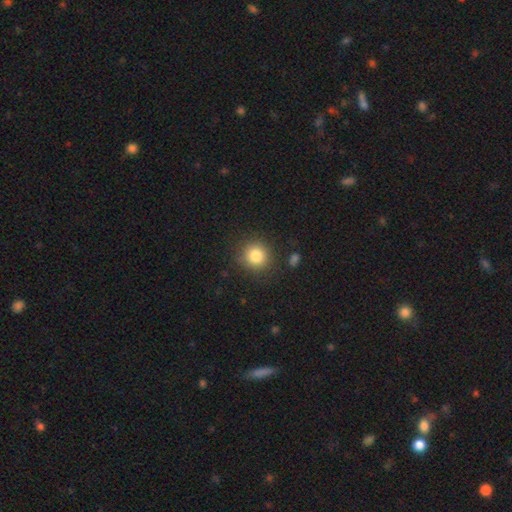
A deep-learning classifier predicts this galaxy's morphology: Smooth or featured?
  - smooth: 82% *
  - star or artifact: 11%
  - featured or disk: 6%
How rounded?
  - round: 91% *
  - in between: 8%
  - cigar-shaped: 1%
Merging?
  - none: 87% *
  - minor disturbance: 8%
  - major disturbance: 3%
  - merger: 2%